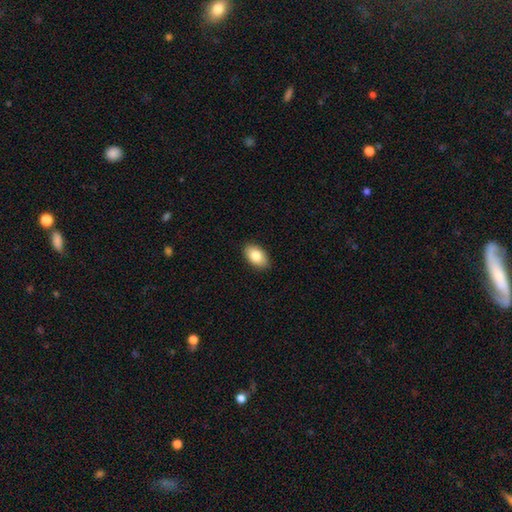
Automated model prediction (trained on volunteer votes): A smooth galaxy with no disk features (82%) that is in between round and cigar-shaped (92%). Merging: none (89%).